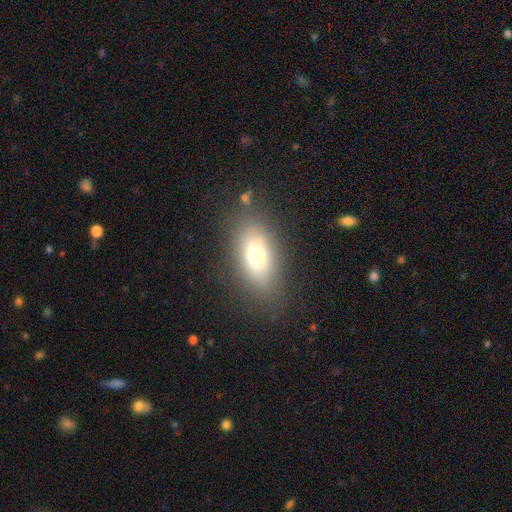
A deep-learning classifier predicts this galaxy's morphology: Smooth or featured?
  - smooth: 68% *
  - featured or disk: 21%
  - star or artifact: 11%
How rounded?
  - in between: 84% *
  - cigar-shaped: 9%
  - round: 7%
Merging?
  - none: 78% *
  - minor disturbance: 14%
  - major disturbance: 6%
  - merger: 2%